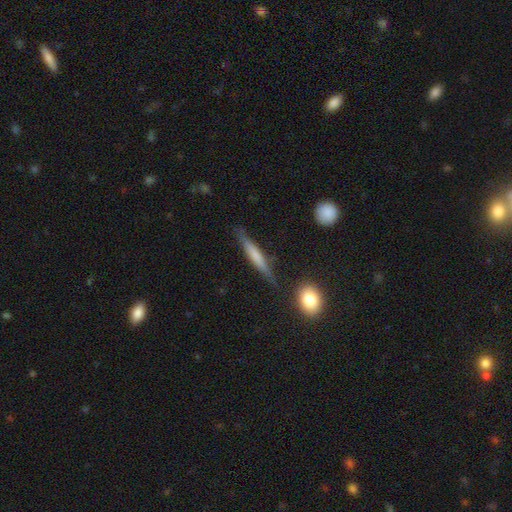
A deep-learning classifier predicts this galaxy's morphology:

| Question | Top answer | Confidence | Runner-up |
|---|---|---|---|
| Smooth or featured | smooth | 50% | featured or disk (43%) |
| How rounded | cigar-shaped | 91% | in between (7%) |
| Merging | none | 80% | minor disturbance (14%) |